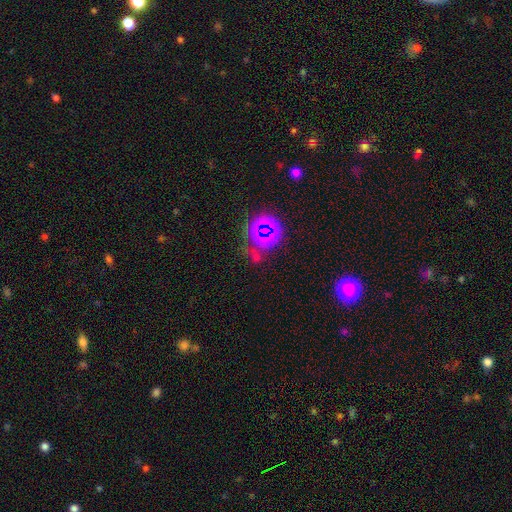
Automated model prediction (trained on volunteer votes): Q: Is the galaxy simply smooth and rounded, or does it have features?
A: star or artifact — 62%.